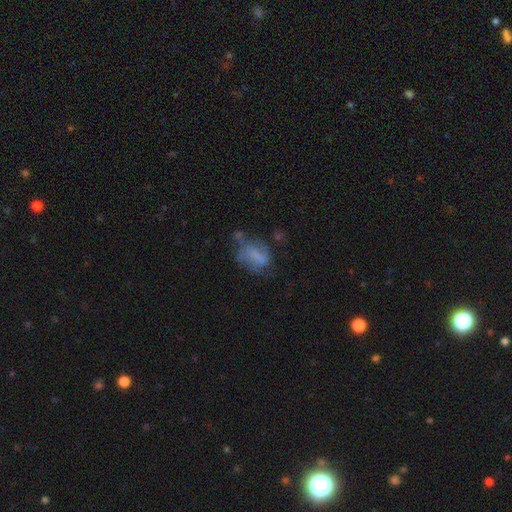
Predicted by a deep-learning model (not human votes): Smooth or featured? Predicted: smooth (p=0.44). Merging? Predicted: none (p=0.34).